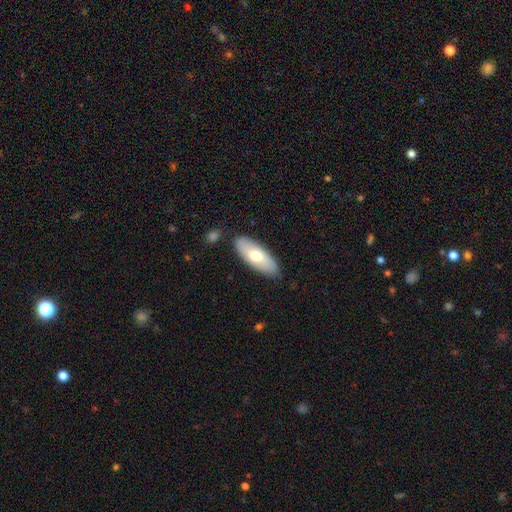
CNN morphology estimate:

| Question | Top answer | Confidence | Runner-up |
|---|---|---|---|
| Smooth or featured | smooth | 64% | featured or disk (31%) |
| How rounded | in between | 81% | cigar-shaped (17%) |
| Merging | none | 85% | minor disturbance (11%) |